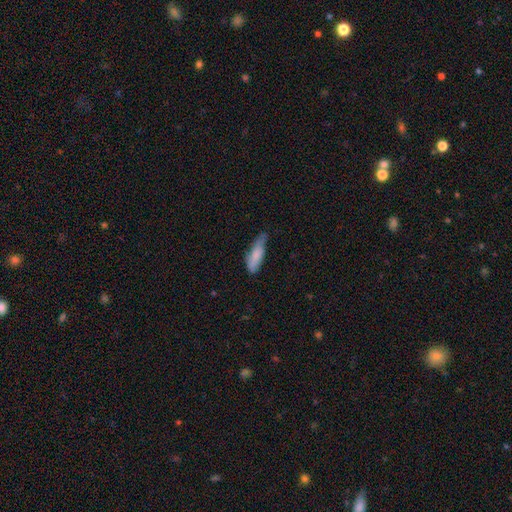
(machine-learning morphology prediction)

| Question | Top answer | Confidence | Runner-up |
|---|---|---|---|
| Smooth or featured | smooth | 79% | featured or disk (15%) |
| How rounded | cigar-shaped | 50% | in between (49%) |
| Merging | none | 47% | minor disturbance (41%) |